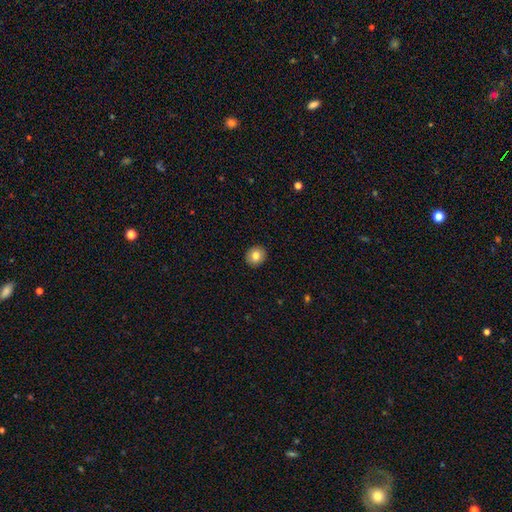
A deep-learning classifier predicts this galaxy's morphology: Smooth or featured?
  - smooth: 81% *
  - featured or disk: 10%
  - star or artifact: 9%
How rounded?
  - round: 81% *
  - in between: 18%
  - cigar-shaped: 1%
Merging?
  - none: 92% *
  - minor disturbance: 6%
  - major disturbance: 2%
  - merger: 1%